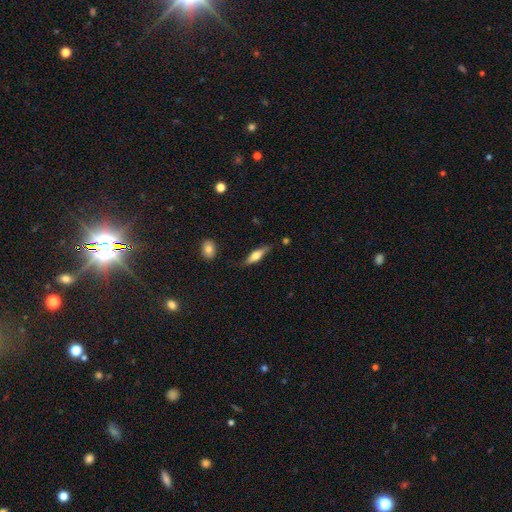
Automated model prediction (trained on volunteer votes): Smooth or featured? smooth (55%)
How rounded? cigar-shaped (57%)
Merging? none (76%)